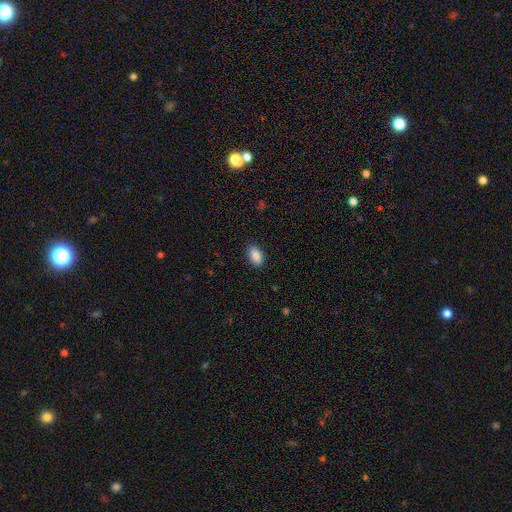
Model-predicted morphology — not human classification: Overall: smooth (88%). How rounded: in between (92%). Merging: none (88%).